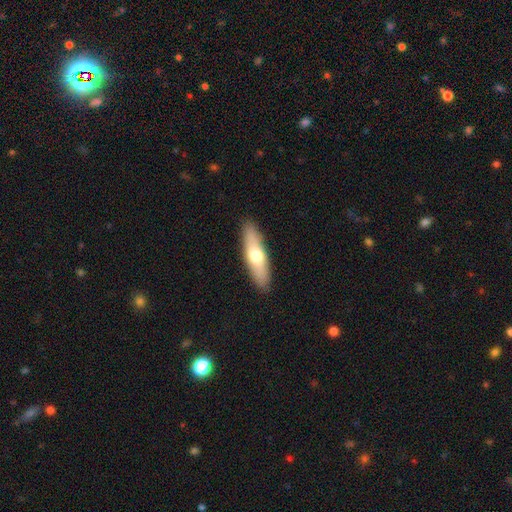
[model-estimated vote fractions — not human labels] Overall: smooth (62%; featured or disk 32%). How rounded: cigar-shaped (61%; in between 37%). Merging: none (89%).